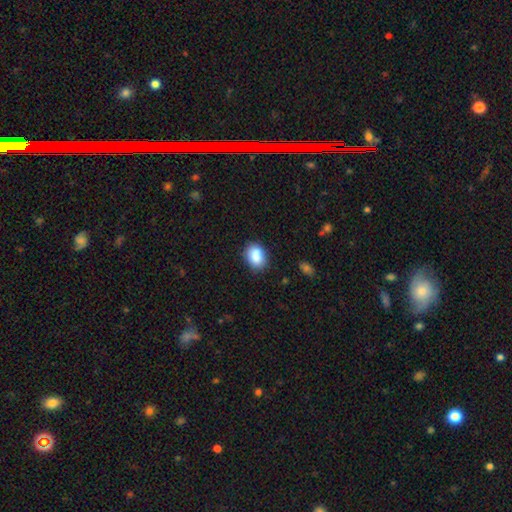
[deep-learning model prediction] The model was most divided on "how rounded": in between: 72%, round: 27%, cigar-shaped: 1%. More confident: smooth or featured — smooth (87%); merging — none (78%).